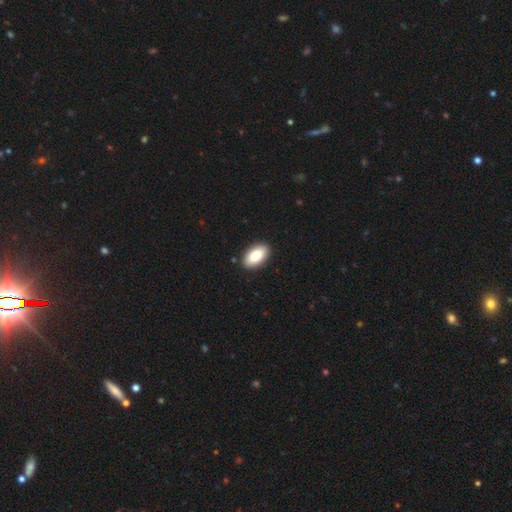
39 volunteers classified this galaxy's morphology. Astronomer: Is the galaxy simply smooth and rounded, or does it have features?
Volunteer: smooth — 79%.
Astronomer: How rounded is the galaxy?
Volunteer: in between — 97%.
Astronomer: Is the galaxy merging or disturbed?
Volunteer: none — 100%.